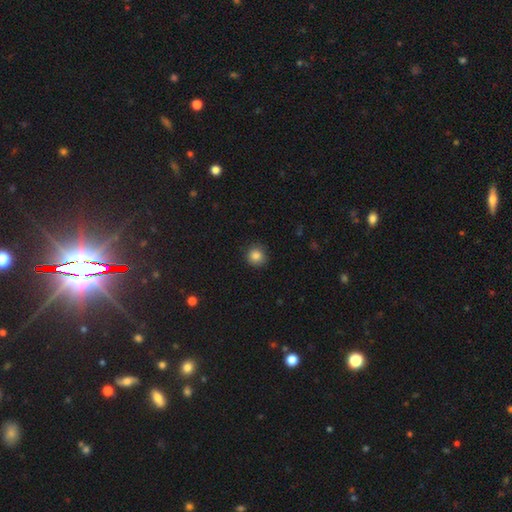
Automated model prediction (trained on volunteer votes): Q: Smooth or featured?
A: smooth (85%); runner-up: star or artifact (11%)
Q: How rounded?
A: round (92%); runner-up: in between (7%)
Q: Merging?
A: none (87%); runner-up: minor disturbance (9%)